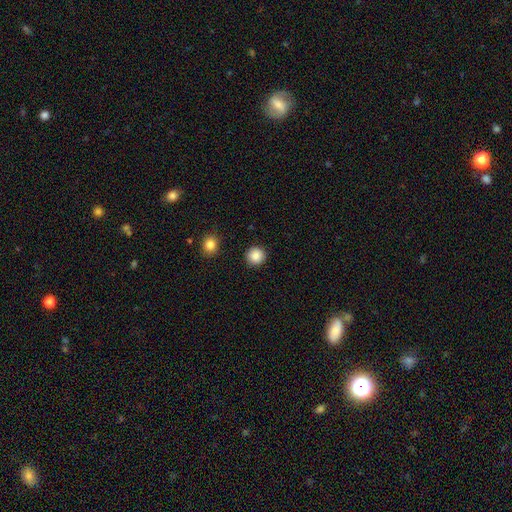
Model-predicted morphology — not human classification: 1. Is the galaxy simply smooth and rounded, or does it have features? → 88% smooth, 9% star or artifact, 3% featured or disk.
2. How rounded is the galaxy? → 94% round, 5% in between, 1% cigar-shaped.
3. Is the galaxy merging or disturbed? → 91% none, 6% minor disturbance, 2% major disturbance, 2% merger.